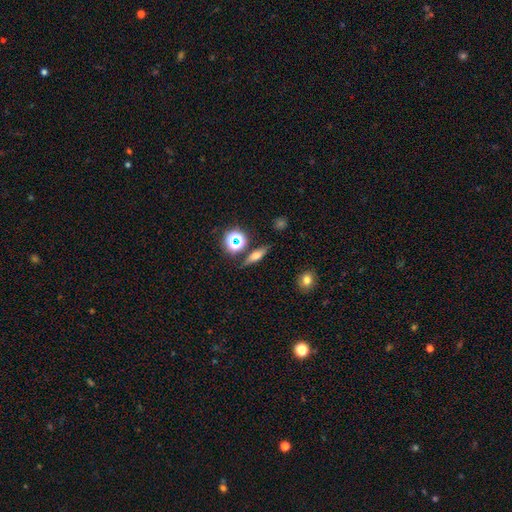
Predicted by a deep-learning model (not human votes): smooth-or-featured: smooth: 47% | featured or disk: 36% | star or artifact: 17%
  merging: none: 81% | minor disturbance: 11% | merger: 5% | major disturbance: 3%